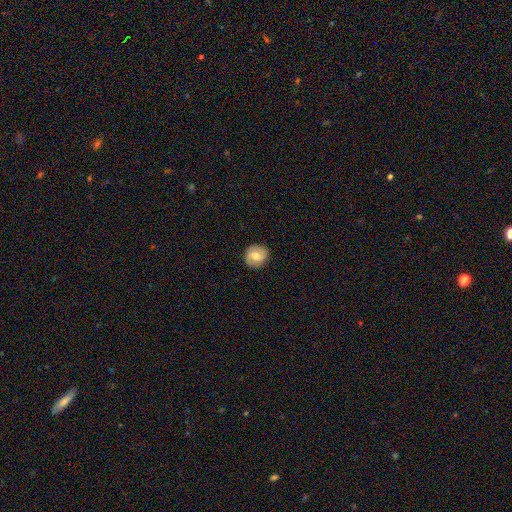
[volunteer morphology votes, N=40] This is likely a featured or disk galaxy (62%). It is clearly not viewed edge-on (96%). Bar: possibly weak (54%). Spiral arm pattern: clearly yes (83%). Spiral arm count: clearly 2 (80%). Spiral winding: likely medium (60%). Central bulge: likely moderate (79%). Merging: clearly none (92%).